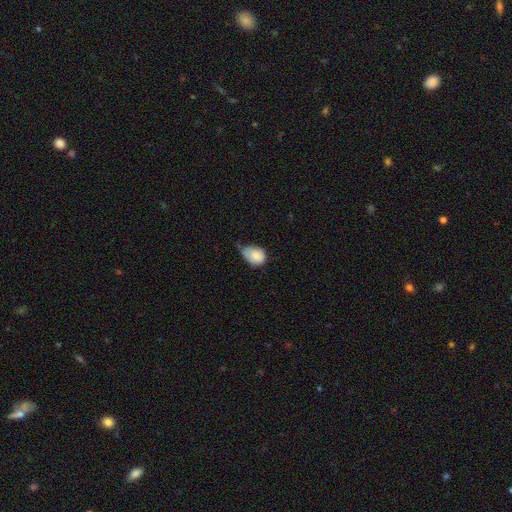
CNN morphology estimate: Smooth or featured?
  - smooth: 82% *
  - featured or disk: 10%
  - star or artifact: 8%
How rounded?
  - in between: 70% *
  - round: 29%
  - cigar-shaped: 1%
Merging?
  - minor disturbance: 54% *
  - none: 26%
  - major disturbance: 16%
  - merger: 4%